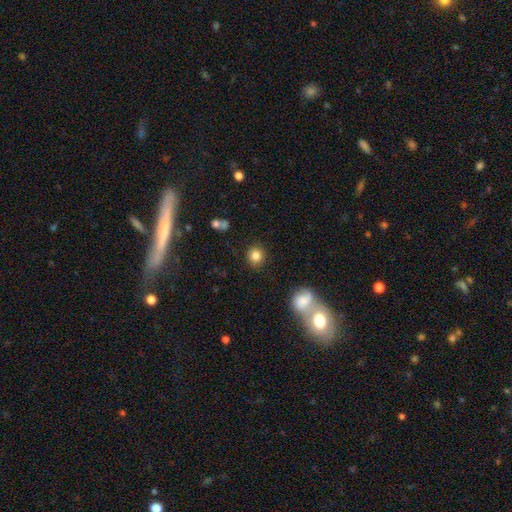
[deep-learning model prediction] A smooth galaxy with no disk features (84%) that is round (88%).

Vote fractions:
- Smooth or featured? smooth: 84% / star or artifact: 11% / featured or disk: 6%
- How rounded? round: 88% / in between: 11% / cigar-shaped: 1%
- Merging? none: 87% / minor disturbance: 8% / major disturbance: 3% / merger: 2%